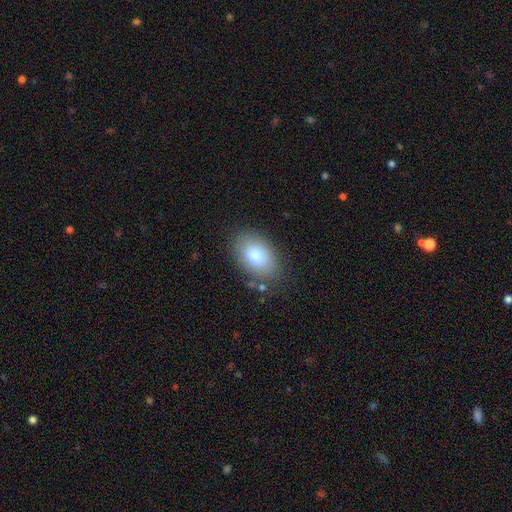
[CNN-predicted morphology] smooth 81%, featured or disk 12%, star or artifact 8%. Down the decision tree: how rounded — in between (89%); merging — none (80%).